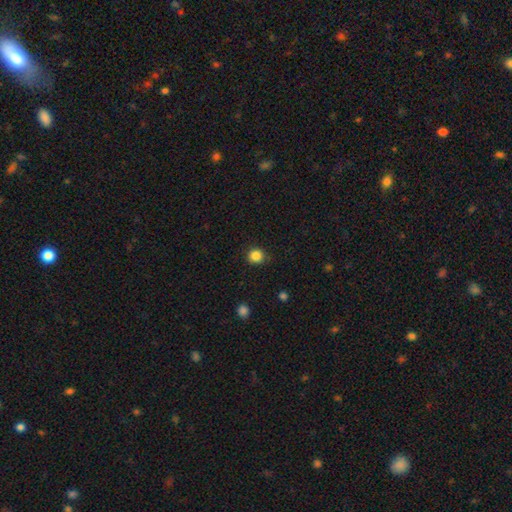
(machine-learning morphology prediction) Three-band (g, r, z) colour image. It shows a smooth galaxy with no disk features (85%) that is round (90%). Merging: none (87%).